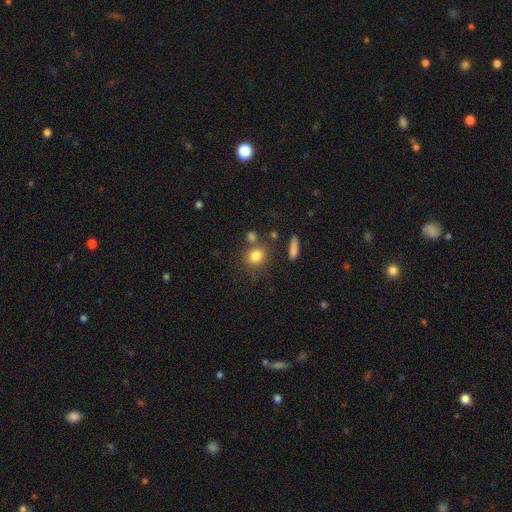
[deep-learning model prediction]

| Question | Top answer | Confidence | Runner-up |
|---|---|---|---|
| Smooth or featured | smooth | 81% | star or artifact (11%) |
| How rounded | round | 73% | in between (25%) |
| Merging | none | 69% | merger (15%) |